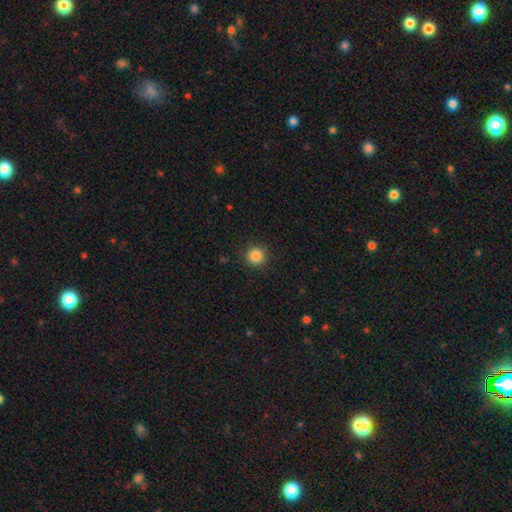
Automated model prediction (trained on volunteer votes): smooth 85%, star or artifact 11%, featured or disk 4%. Down the decision tree: how rounded — round (95%); merging — none (92%).